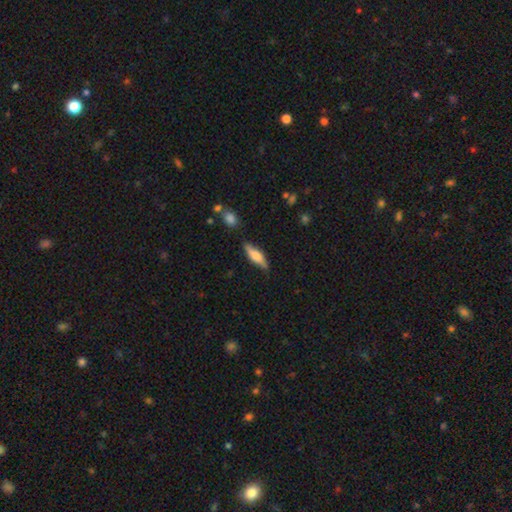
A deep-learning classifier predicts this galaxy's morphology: This is likely a smooth galaxy (68%). How rounded: possibly in between (50%). Merging: likely none (78%).